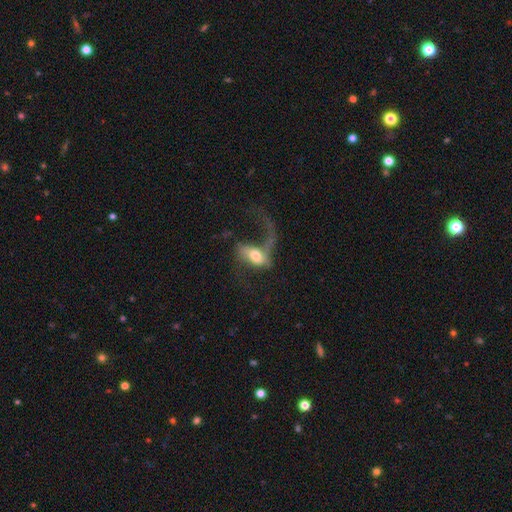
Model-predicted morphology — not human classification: Smooth or featured: featured or disk — 52% (smooth — 40%)
Edge-on disk: no — 88% (yes — 12%)
Merging: major disturbance — 62% (none — 20%)